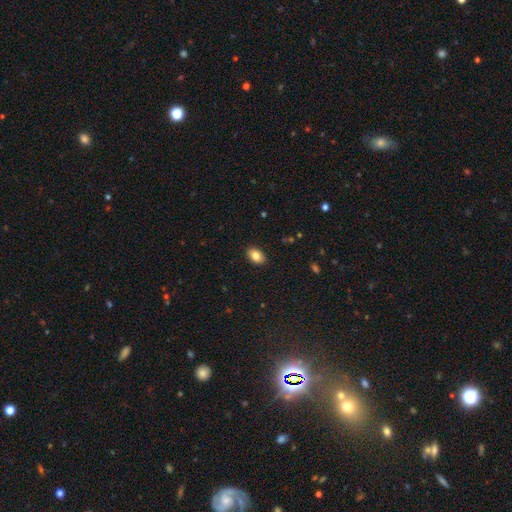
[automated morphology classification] Overall: smooth (85%). How rounded: in between (88%). Merging: none (89%).